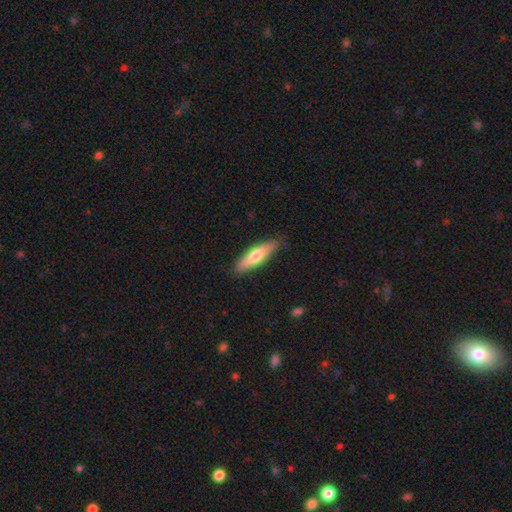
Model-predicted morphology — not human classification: This appears to be a smooth galaxy with no disk features (67%) that is cigar-shaped (62%). Merging: none (85%).